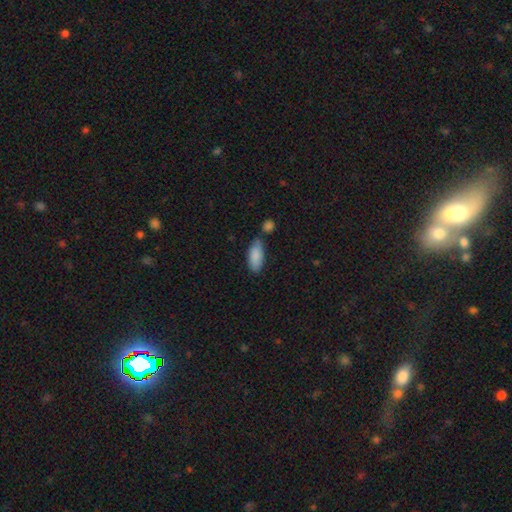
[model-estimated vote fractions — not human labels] smooth_or_featured: smooth (p=0.87) [alt: featured or disk p=0.07]
how_rounded: in between (p=0.83) [alt: cigar-shaped p=0.15]
merging: none (p=0.60) [alt: minor disturbance p=0.20]